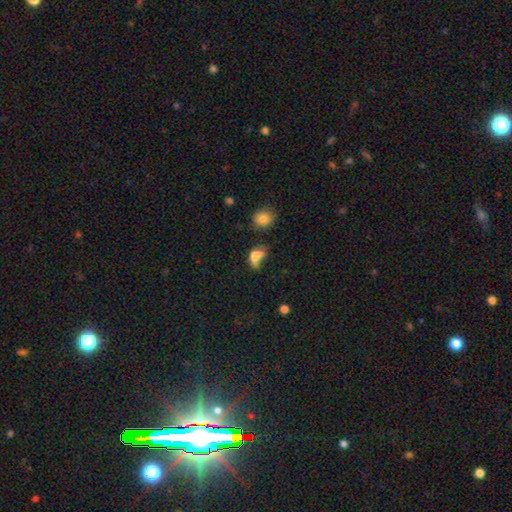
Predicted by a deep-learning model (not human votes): This appears to be a smooth galaxy with no disk features (69%) that is in between round and cigar-shaped (74%). Merging: major disturbance (36%).